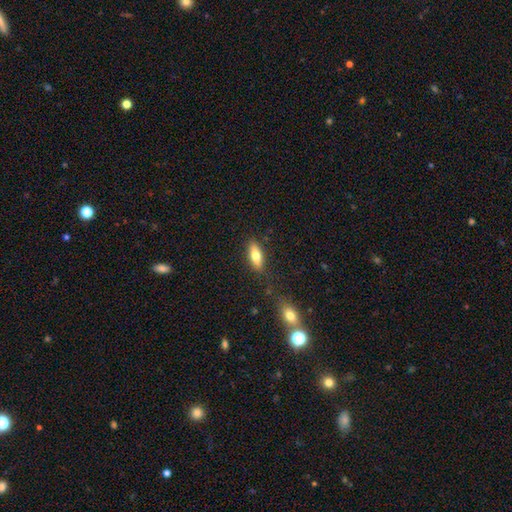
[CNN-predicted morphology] This is likely a smooth galaxy (69%). How rounded: likely in between (69%). Merging: clearly none (82%).